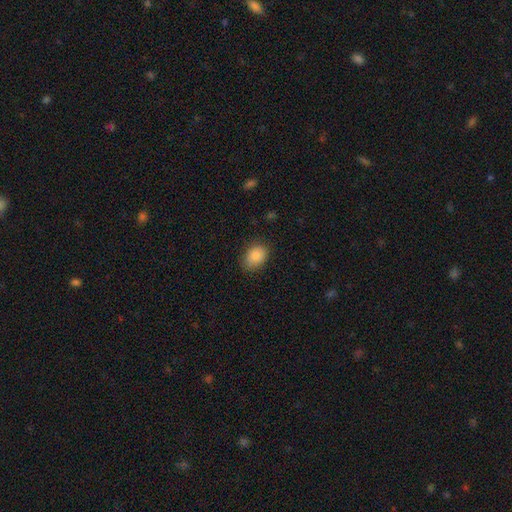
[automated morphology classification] smooth-or-featured: smooth: 87% | star or artifact: 8% | featured or disk: 5%
  how-rounded: in between: 69% | round: 30% | cigar-shaped: 1%
  merging: none: 80% | minor disturbance: 15% | major disturbance: 3% | merger: 1%